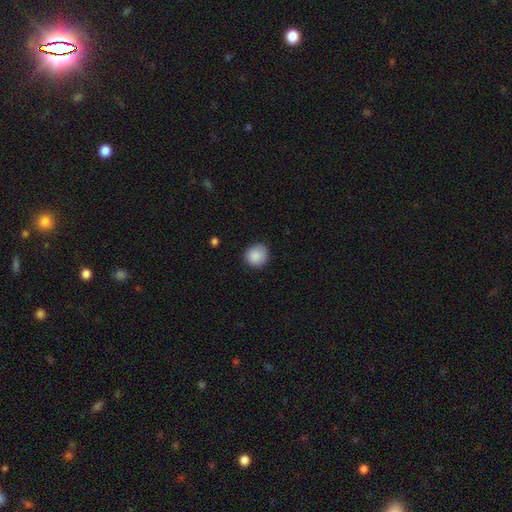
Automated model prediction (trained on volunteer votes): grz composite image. It shows a smooth galaxy with no disk features (88%) that is round (92%). Merging: none (85%).